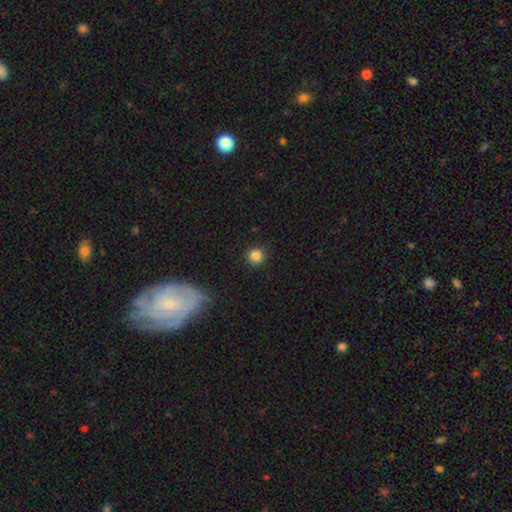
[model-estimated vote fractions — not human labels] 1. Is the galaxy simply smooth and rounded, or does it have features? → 84% smooth, 12% star or artifact, 4% featured or disk.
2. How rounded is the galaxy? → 94% round, 5% in between, 1% cigar-shaped.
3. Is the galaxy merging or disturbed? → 90% none, 6% minor disturbance, 2% major disturbance, 1% merger.